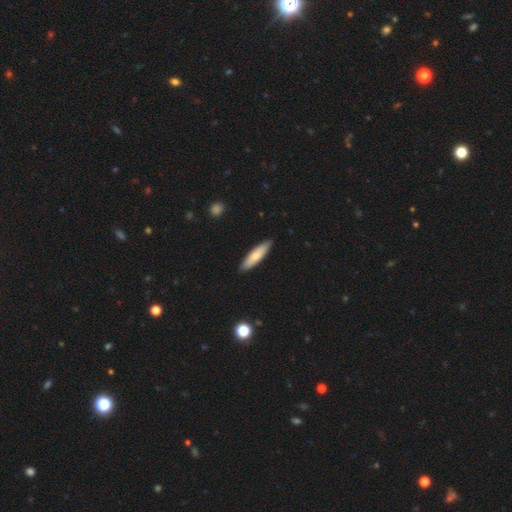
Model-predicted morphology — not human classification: A smooth galaxy with no disk features (70%) that is cigar-shaped (69%). Merging: none (89%).